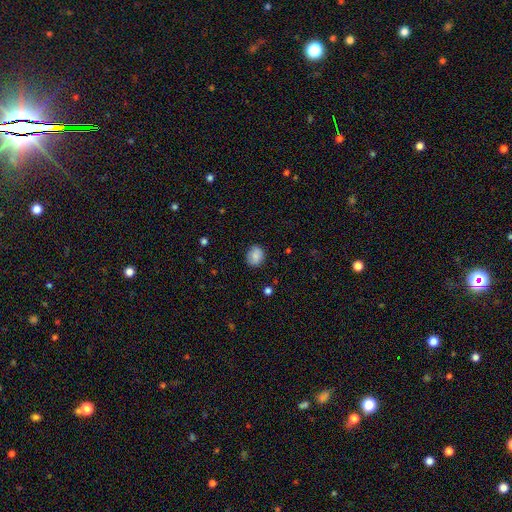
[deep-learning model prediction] A smooth galaxy with no disk features (84%) that is round (57%).

Vote fractions:
- Smooth or featured? smooth: 84% / star or artifact: 8% / featured or disk: 8%
- How rounded? round: 57% / in between: 42% / cigar-shaped: 1%
- Merging? none: 82% / minor disturbance: 14% / major disturbance: 3% / merger: 1%